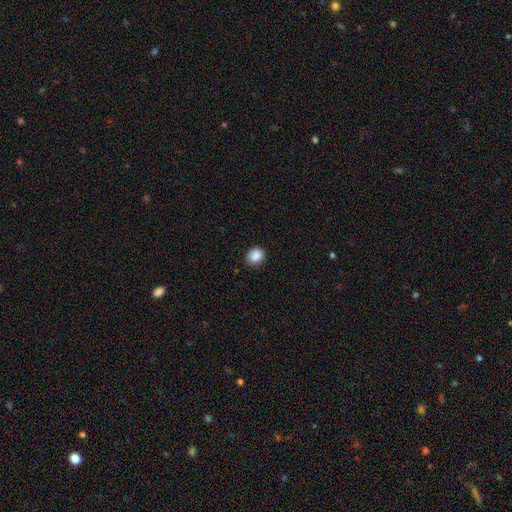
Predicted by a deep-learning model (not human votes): A smooth galaxy with no disk features (88%) that is round (60%).

Vote fractions:
- Smooth or featured? smooth: 88% / star or artifact: 9% / featured or disk: 4%
- How rounded? round: 60% / in between: 39% / cigar-shaped: 1%
- Merging? none: 84% / minor disturbance: 12% / major disturbance: 2% / merger: 1%